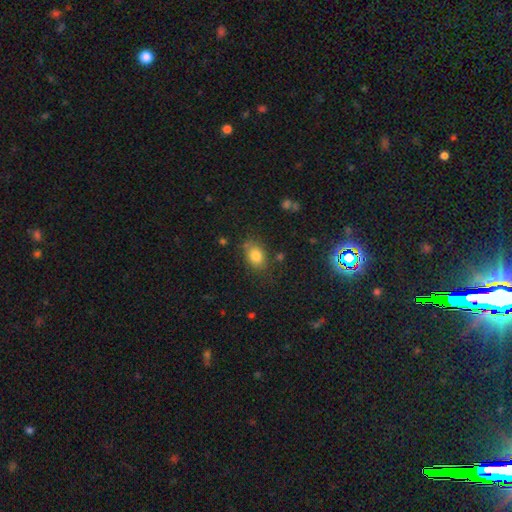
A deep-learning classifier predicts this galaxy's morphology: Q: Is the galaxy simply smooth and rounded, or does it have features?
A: smooth — 82%.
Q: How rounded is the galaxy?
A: in between — 72%.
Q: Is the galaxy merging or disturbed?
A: none — 72%.